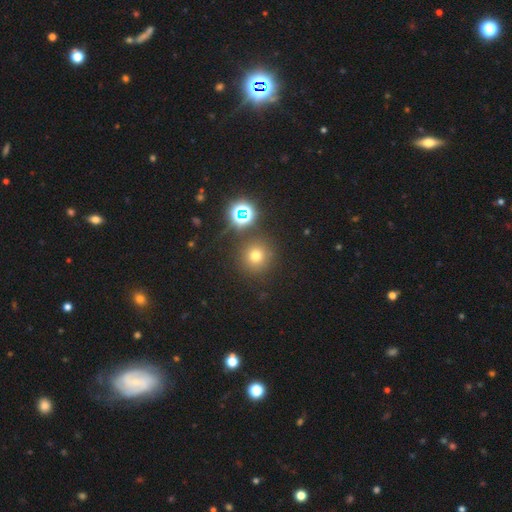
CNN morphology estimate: Smooth or featured: smooth — 67% (star or artifact — 24%)
How rounded: round — 94% (in between — 5%)
Merging: none — 84% (minor disturbance — 7%)